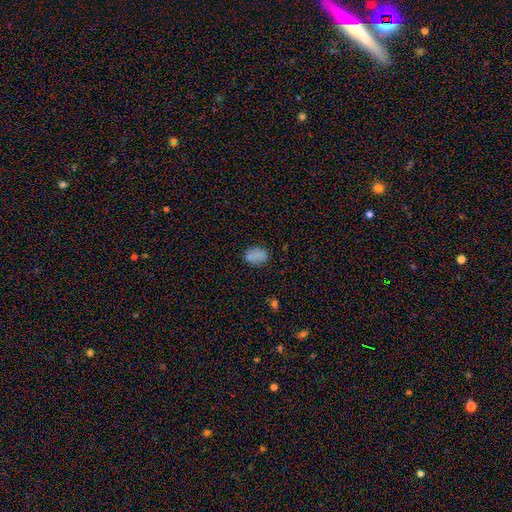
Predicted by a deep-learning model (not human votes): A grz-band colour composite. It shows a smooth galaxy with no disk features (78%) that is in between round and cigar-shaped (74%). Merging: none (71%).